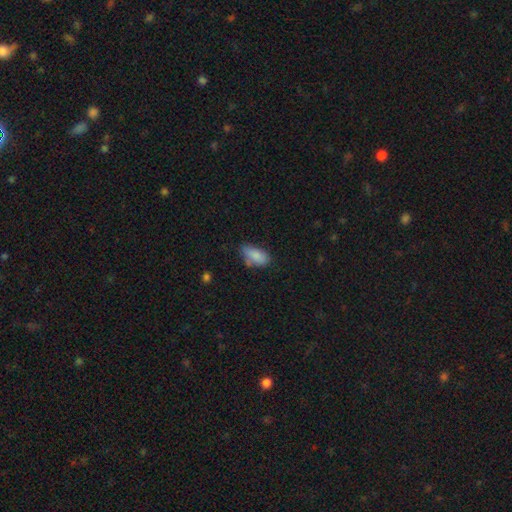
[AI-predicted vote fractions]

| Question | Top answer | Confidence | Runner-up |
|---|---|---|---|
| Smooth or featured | smooth | 85% | featured or disk (8%) |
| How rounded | in between | 91% | cigar-shaped (5%) |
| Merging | none | 56% | minor disturbance (31%) |